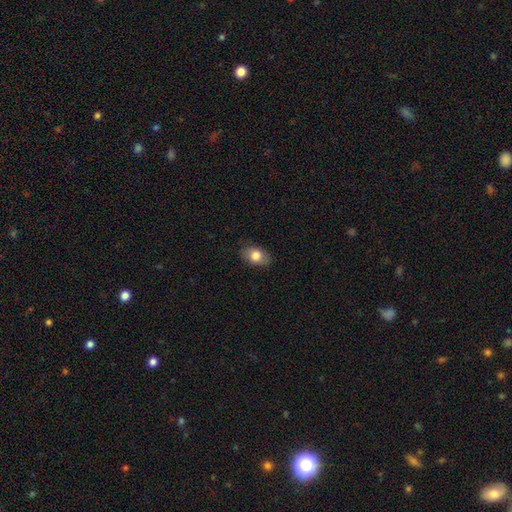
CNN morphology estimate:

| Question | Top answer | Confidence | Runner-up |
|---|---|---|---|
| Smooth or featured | smooth | 80% | featured or disk (12%) |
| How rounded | in between | 80% | round (18%) |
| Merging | none | 83% | minor disturbance (13%) |